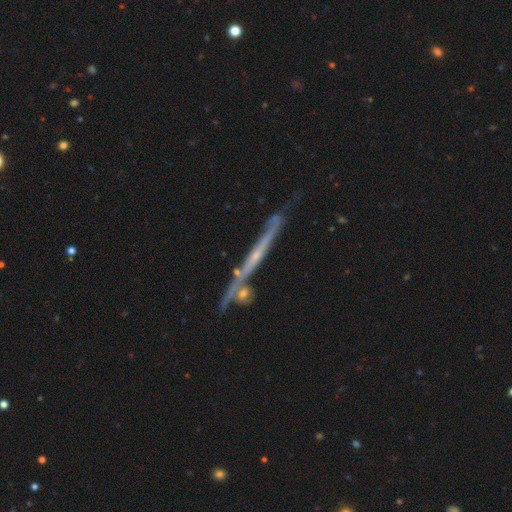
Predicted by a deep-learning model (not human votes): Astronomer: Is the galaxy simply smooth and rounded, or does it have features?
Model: featured or disk — 76%.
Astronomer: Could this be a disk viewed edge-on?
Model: yes — 91%.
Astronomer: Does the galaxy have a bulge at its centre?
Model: none — 58% (runner-up: rounded, 35%).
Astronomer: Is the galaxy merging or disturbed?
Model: none — 61%.